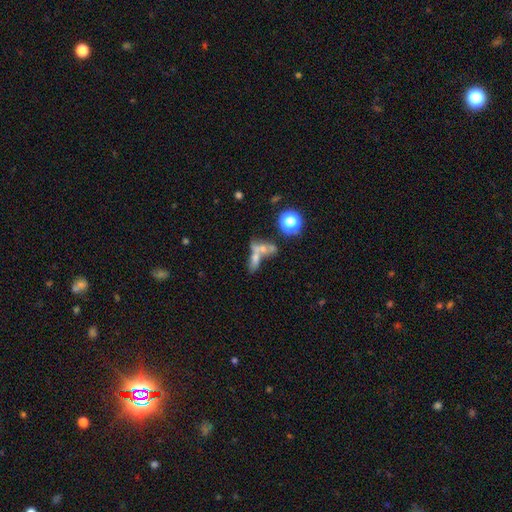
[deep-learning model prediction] Overall: smooth (55%; featured or disk 29%). How rounded: in between (52%; cigar-shaped 31%). Merging: merger (57%; none 27%).